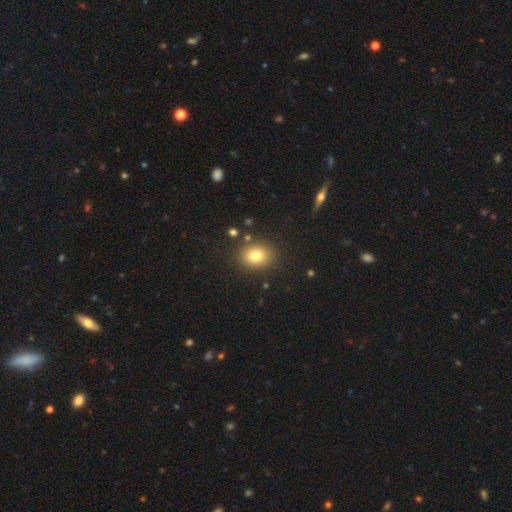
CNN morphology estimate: type=smooth (79%); roundness=round (55%); merging=none (85%).